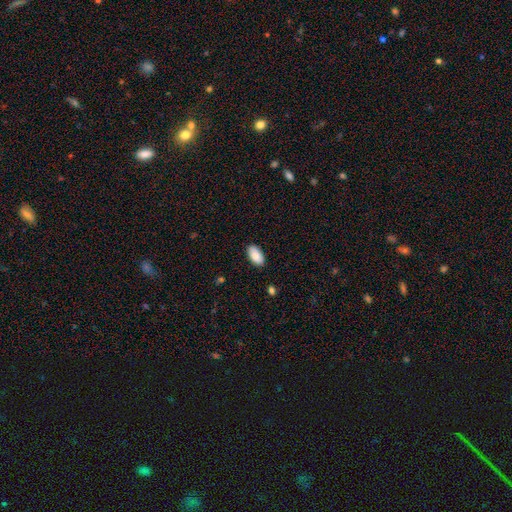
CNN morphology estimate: Overall: smooth (87%). How rounded: in between (95%). Merging: none (87%).